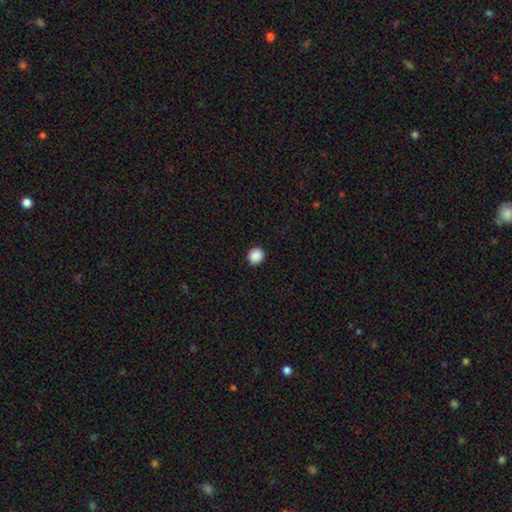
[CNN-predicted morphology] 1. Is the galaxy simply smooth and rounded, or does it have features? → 89% smooth, 9% star or artifact, 2% featured or disk.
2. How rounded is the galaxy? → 88% round, 11% in between, 1% cigar-shaped.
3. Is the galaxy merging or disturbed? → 92% none, 5% minor disturbance, 2% major disturbance, 1% merger.